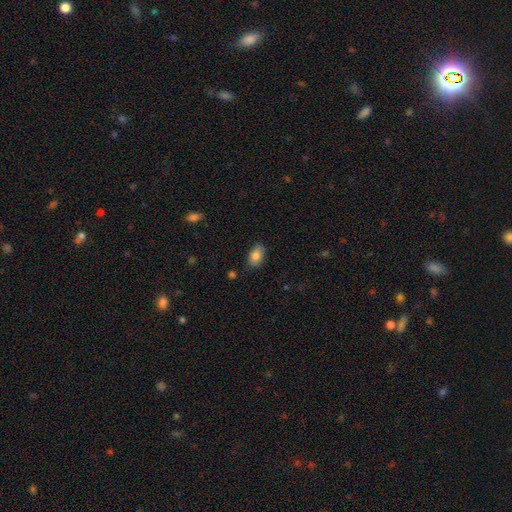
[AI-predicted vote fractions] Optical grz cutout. It shows a smooth galaxy with no disk features (83%) that is in between round and cigar-shaped (89%). Merging: none (80%).